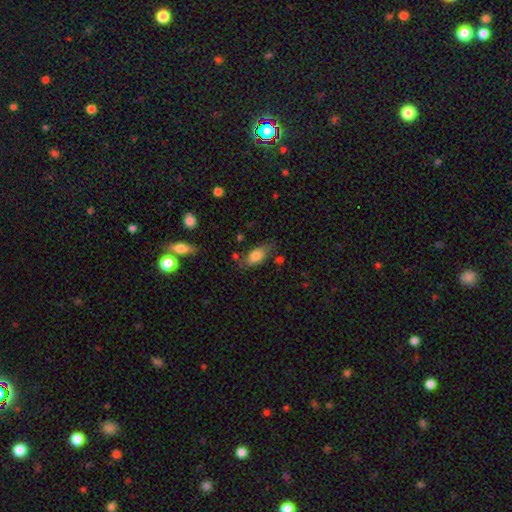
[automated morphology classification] Smooth or featured? smooth (78%)
How rounded? in between (87%)
Merging? none (65%)